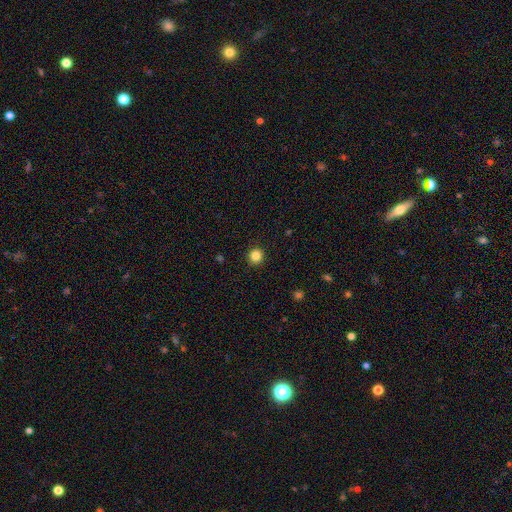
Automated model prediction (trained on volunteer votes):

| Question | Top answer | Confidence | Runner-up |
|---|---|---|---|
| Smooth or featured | smooth | 85% | star or artifact (11%) |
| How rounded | round | 94% | in between (5%) |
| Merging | none | 93% | minor disturbance (5%) |